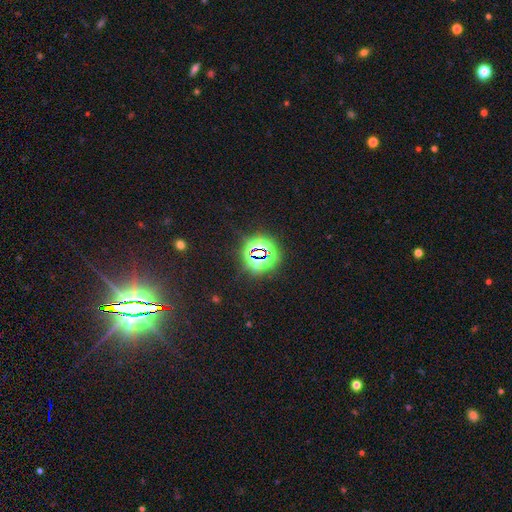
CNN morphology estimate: A star or artifact, not a galaxy (78%).